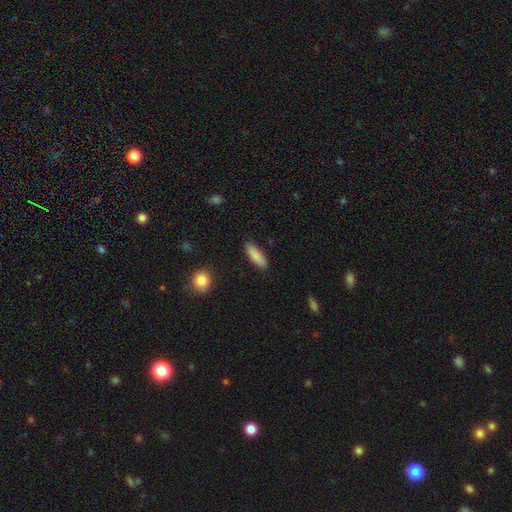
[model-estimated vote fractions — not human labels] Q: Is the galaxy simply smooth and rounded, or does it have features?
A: smooth — 87%.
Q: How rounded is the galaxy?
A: in between — 54%.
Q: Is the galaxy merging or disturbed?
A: none — 88%.